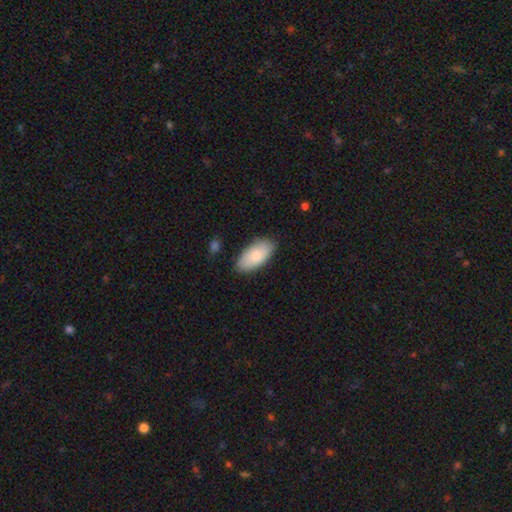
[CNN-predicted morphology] Overall: smooth (81%). How rounded: in between (93%). Merging: none (82%).